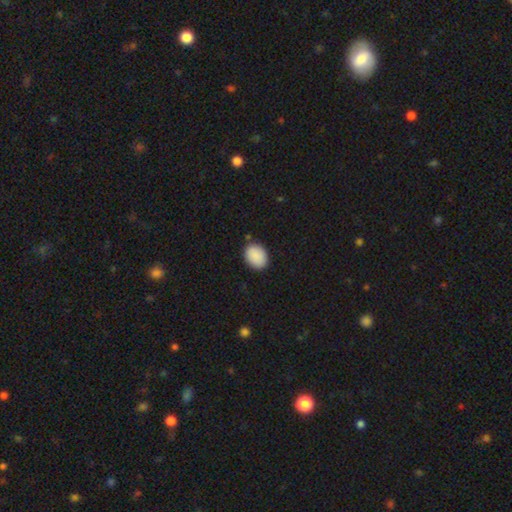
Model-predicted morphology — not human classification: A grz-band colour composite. It shows a smooth galaxy with no disk features (89%) that is in between round and cigar-shaped (66%). Merging: none (85%).